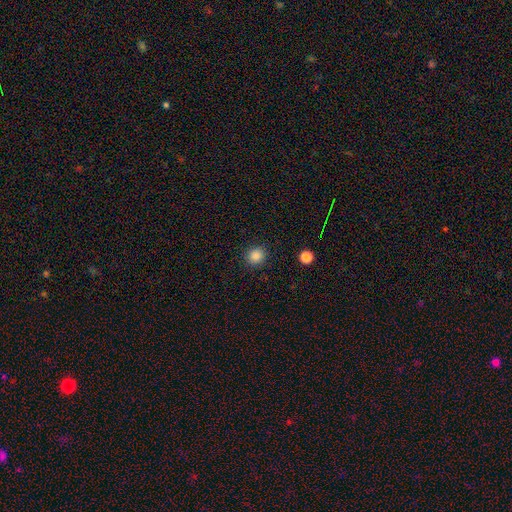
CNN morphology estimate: A smooth galaxy with no disk features (86%) that is round (89%). Merging: none (90%).